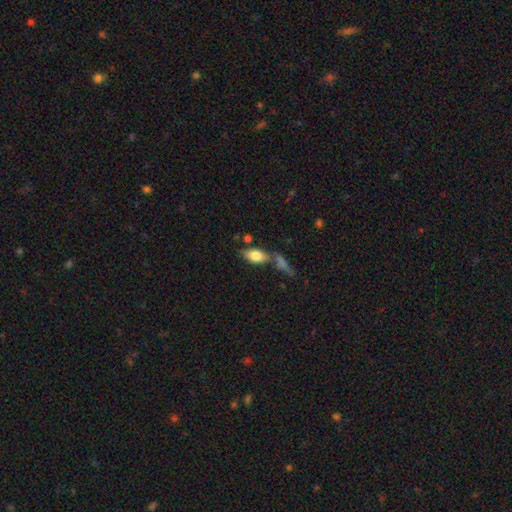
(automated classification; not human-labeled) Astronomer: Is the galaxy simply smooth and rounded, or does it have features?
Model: smooth — 73%.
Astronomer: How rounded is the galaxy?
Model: in between — 85%.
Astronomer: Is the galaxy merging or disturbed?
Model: none — 56%.